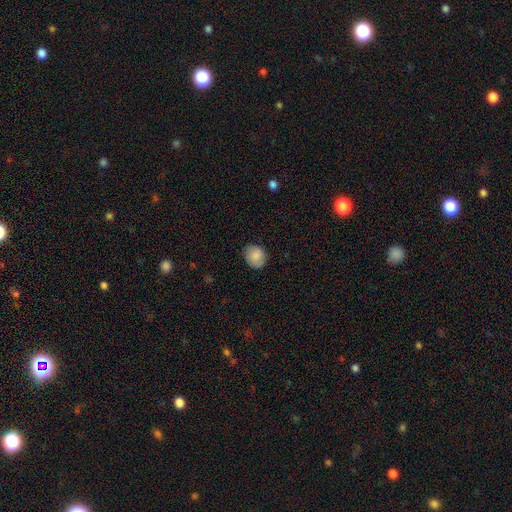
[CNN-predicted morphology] A smooth galaxy with no disk features (86%) that is round (53%). Merging: none (81%).